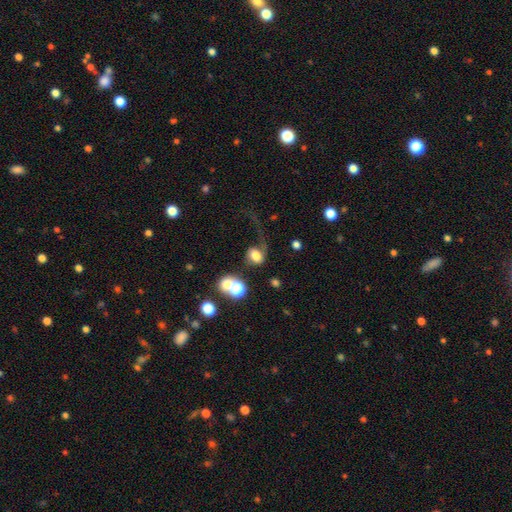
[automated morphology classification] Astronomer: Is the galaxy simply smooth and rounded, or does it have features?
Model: smooth — 61%.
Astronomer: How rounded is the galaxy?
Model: in between — 51% (runner-up: round, 47%).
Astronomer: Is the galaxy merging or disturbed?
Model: major disturbance — 45% (runner-up: none, 27%).